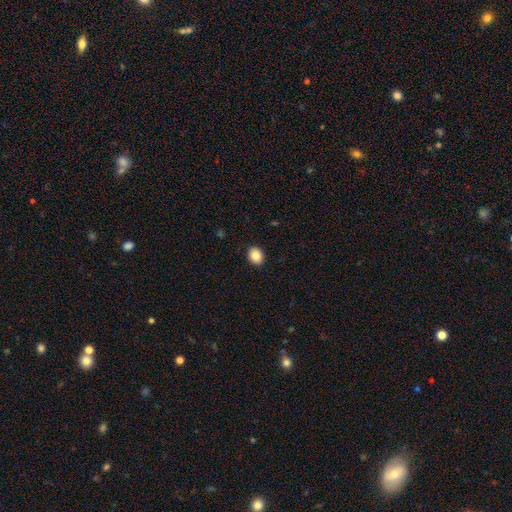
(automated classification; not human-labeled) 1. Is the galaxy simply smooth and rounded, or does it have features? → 85% smooth, 9% star or artifact, 6% featured or disk.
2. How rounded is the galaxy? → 52% in between, 47% round, 1% cigar-shaped.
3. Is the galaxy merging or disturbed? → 92% none, 6% minor disturbance, 2% major disturbance, 1% merger.